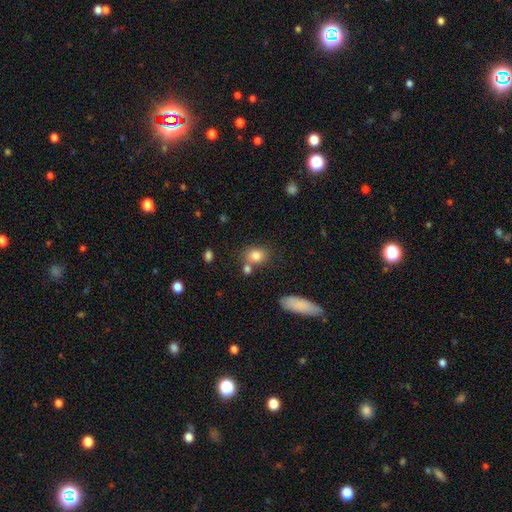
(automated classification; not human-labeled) This appears to be a smooth galaxy with no disk features (82%) that is in between round and cigar-shaped (54%). Merging: none (61%).